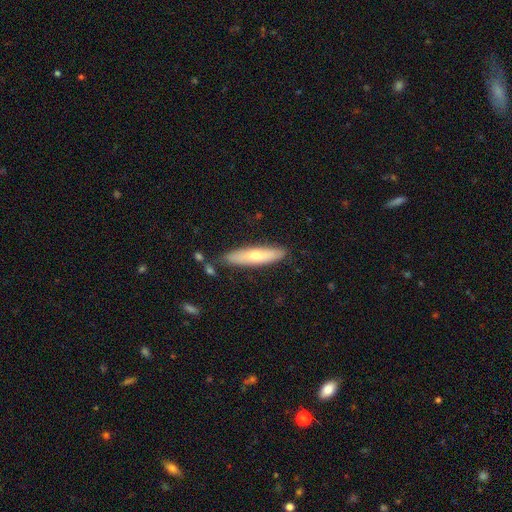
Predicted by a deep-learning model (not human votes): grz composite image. It shows a smooth galaxy with no disk features (57%) that is cigar-shaped (79%). Merging: none (83%).